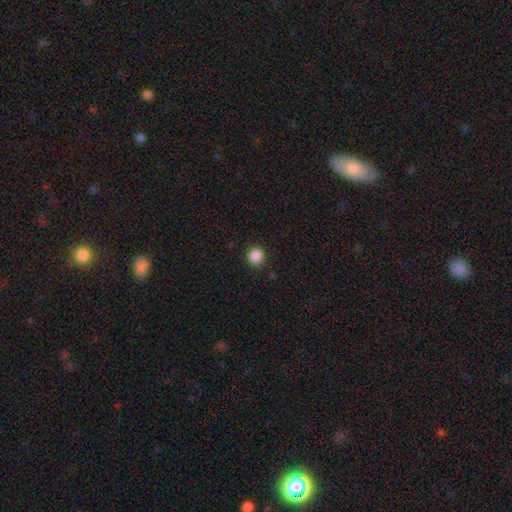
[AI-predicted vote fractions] Overall: smooth (87%). How rounded: round (88%). Merging: none (88%).